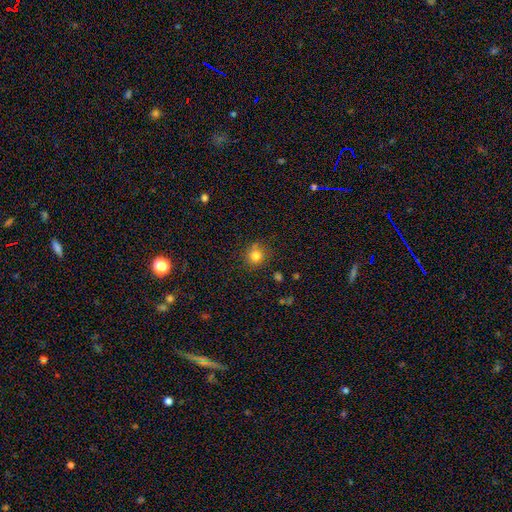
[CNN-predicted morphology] This appears to be a smooth galaxy with no disk features (80%) that is round (87%). Merging: none (79%).